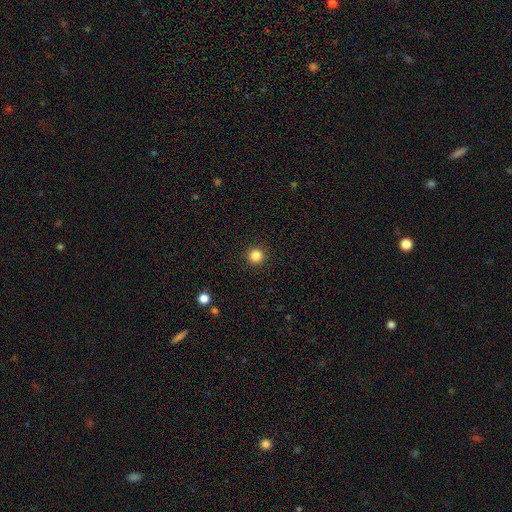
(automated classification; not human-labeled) smooth_or_featured: smooth (p=0.84) [alt: star or artifact p=0.12]
how_rounded: round (p=0.96) [alt: in between p=0.03]
merging: none (p=0.93) [alt: minor disturbance p=0.04]